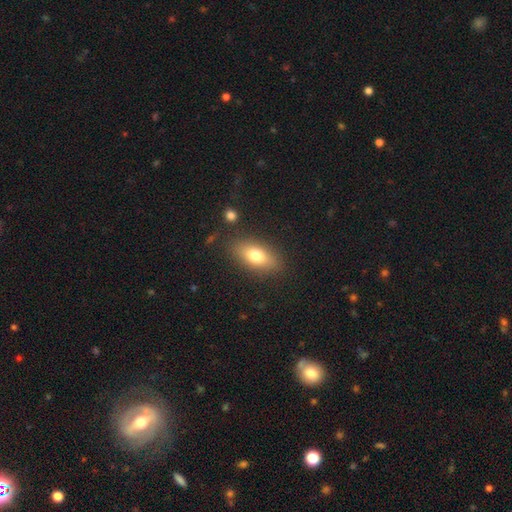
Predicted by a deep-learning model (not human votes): Morphology: type=smooth (75%); roundness=in between (85%); merging=none (84%).